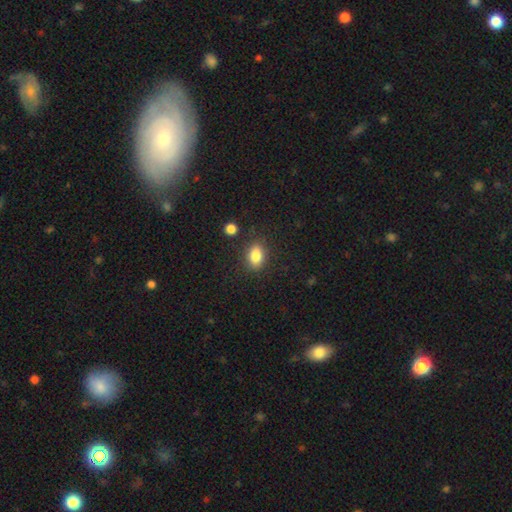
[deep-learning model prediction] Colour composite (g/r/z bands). It shows a smooth galaxy with no disk features (84%) that is in between round and cigar-shaped (77%). Merging: none (84%).